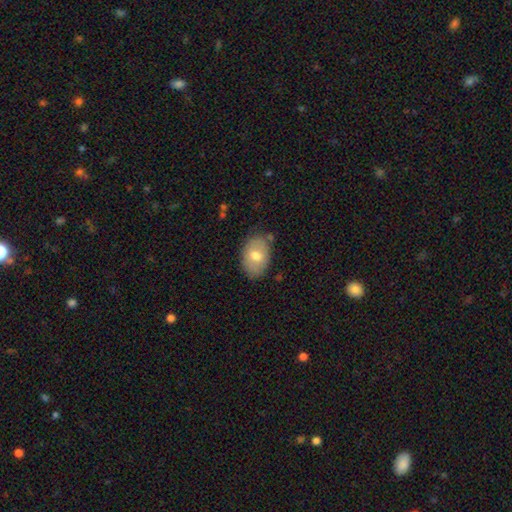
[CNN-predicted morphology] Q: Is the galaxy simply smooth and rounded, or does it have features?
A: smooth — 69%.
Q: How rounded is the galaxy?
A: in between — 82%.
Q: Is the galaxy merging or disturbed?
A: none — 77%.